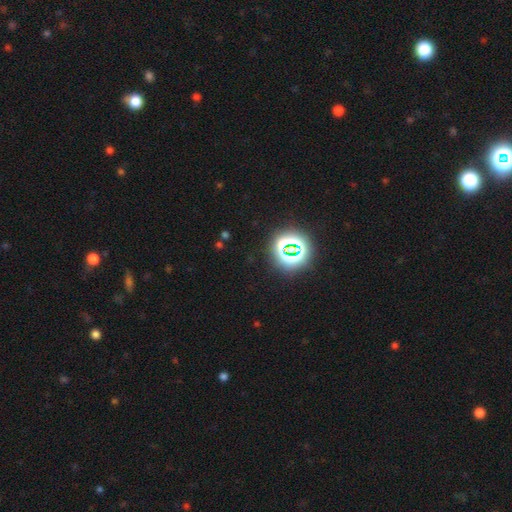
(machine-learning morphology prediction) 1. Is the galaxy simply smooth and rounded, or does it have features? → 77% star or artifact, 15% smooth, 8% featured or disk.